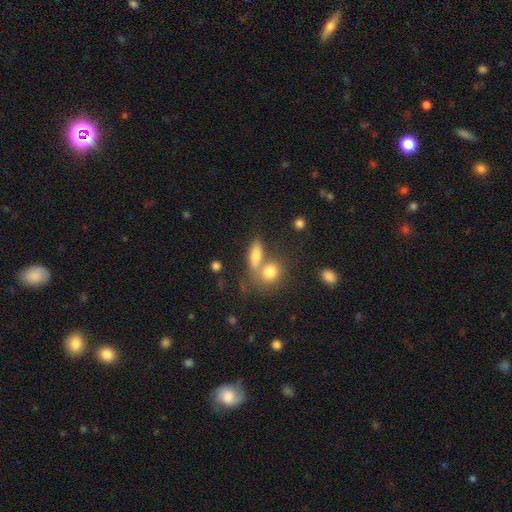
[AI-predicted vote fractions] This is likely a smooth galaxy (75%). How rounded: likely in between (65%). Merging: marginally none (44%).